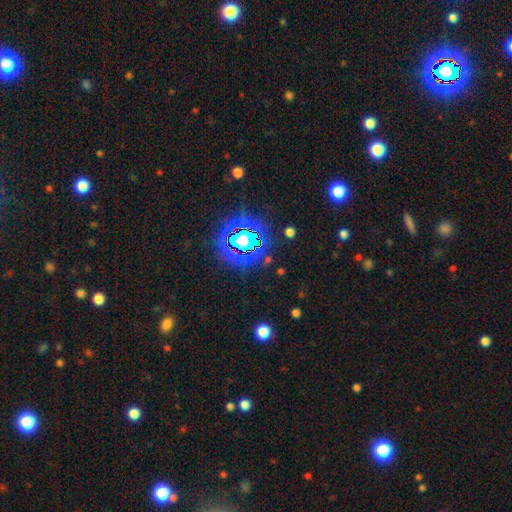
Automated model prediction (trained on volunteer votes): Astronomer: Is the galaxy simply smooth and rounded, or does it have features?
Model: star or artifact — 83%.